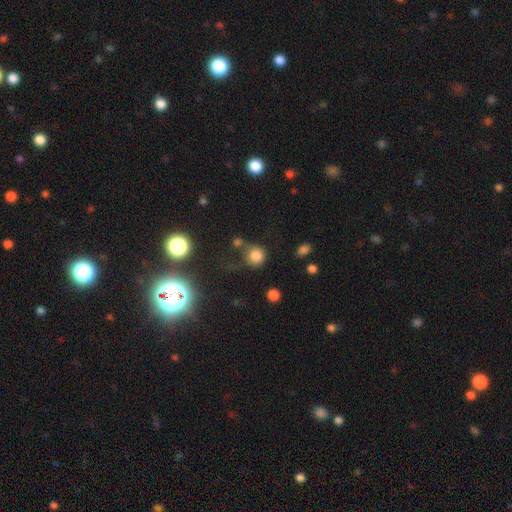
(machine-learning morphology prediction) smooth-or-featured: smooth: 78% | star or artifact: 16% | featured or disk: 7%
  how-rounded: round: 89% | in between: 10% | cigar-shaped: 1%
  merging: none: 60% | minor disturbance: 17% | merger: 14% | major disturbance: 9%